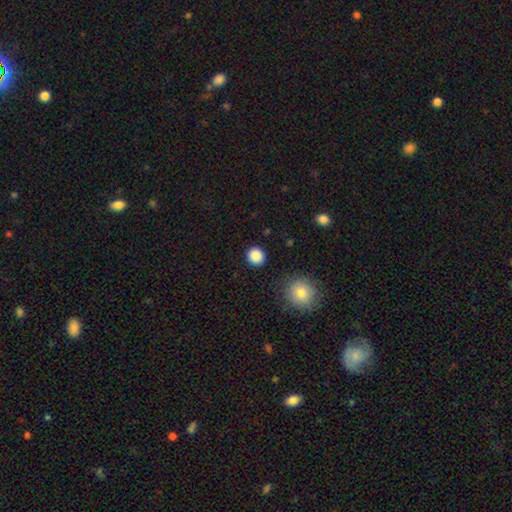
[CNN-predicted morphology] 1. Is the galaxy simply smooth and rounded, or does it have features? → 88% smooth, 10% star or artifact, 3% featured or disk.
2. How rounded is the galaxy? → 89% round, 10% in between, 1% cigar-shaped.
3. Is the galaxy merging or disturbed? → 89% none, 6% minor disturbance, 3% major disturbance, 2% merger.